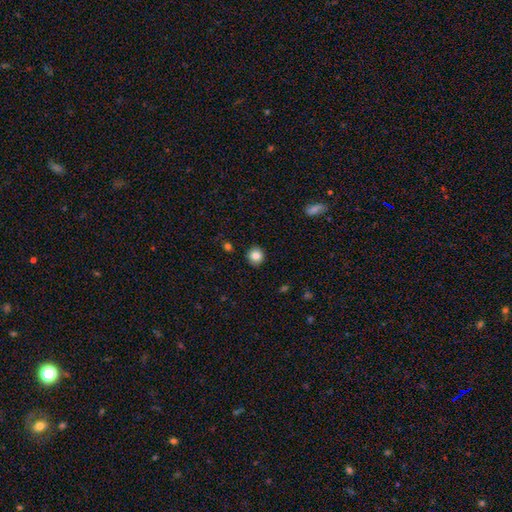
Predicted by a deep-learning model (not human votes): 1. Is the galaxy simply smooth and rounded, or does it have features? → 84% smooth, 10% star or artifact, 6% featured or disk.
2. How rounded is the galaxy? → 89% round, 10% in between, 1% cigar-shaped.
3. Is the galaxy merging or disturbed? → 91% none, 6% minor disturbance, 2% major disturbance, 1% merger.